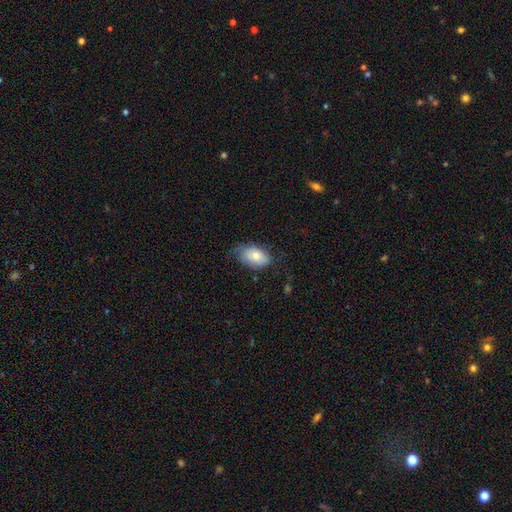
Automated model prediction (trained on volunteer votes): smooth-or-featured: smooth: 68% | featured or disk: 25% | star or artifact: 7%
  how-rounded: in between: 88% | round: 11% | cigar-shaped: 1%
  merging: none: 58% | minor disturbance: 30% | major disturbance: 11% | merger: 1%